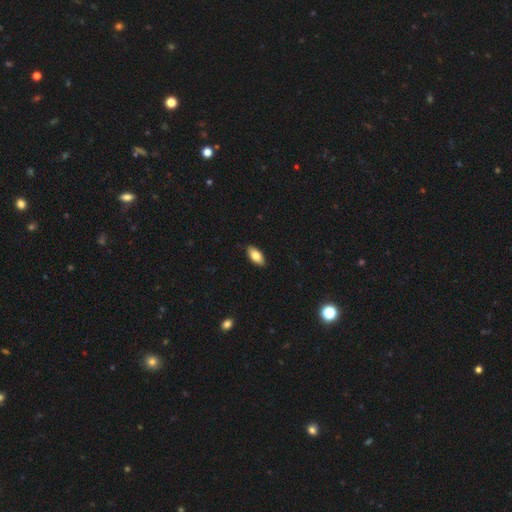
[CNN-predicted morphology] This is clearly a smooth galaxy (80%). How rounded: clearly in between (90%). Merging: clearly none (89%).